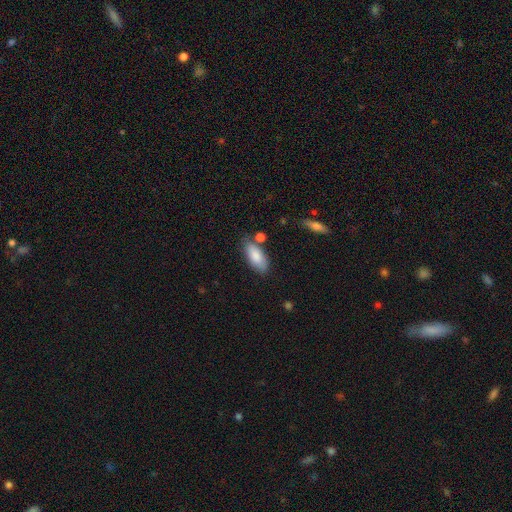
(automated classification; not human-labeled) smooth 84%, featured or disk 9%, star or artifact 6%. Down the decision tree: how rounded — in between (86%); merging — none (71%).